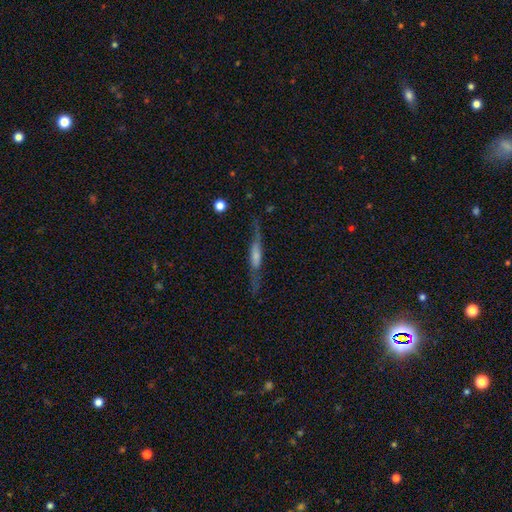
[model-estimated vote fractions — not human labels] Smooth or featured? featured or disk (66%)
Edge-on disk? yes (82%)
Edge-on bulge? rounded (39%)
Merging? none (69%)